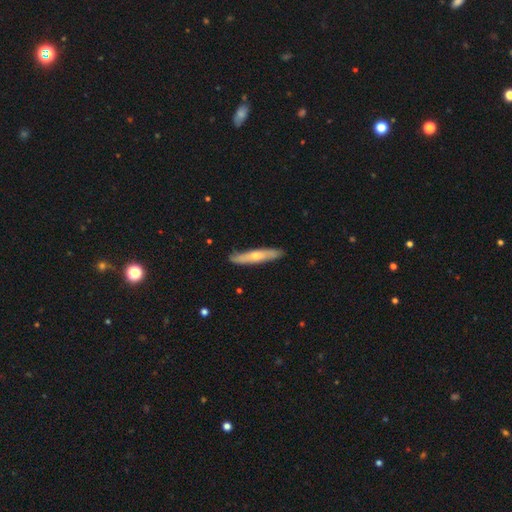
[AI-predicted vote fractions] Smooth or featured: featured or disk — 48% (smooth — 46%)
Merging: none — 88% (minor disturbance — 10%)